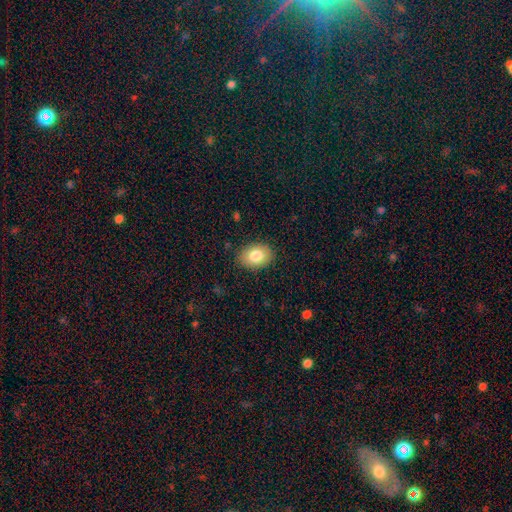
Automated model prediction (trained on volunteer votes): Smooth or featured? smooth (82%)
How rounded? in between (76%)
Merging? none (87%)